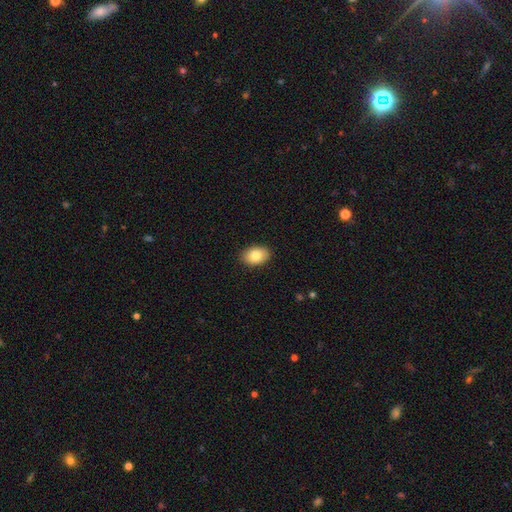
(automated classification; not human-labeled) smooth_or_featured: smooth (p=0.81) [alt: featured or disk p=0.11]
how_rounded: in between (p=0.82) [alt: round p=0.16]
merging: none (p=0.89) [alt: minor disturbance p=0.08]